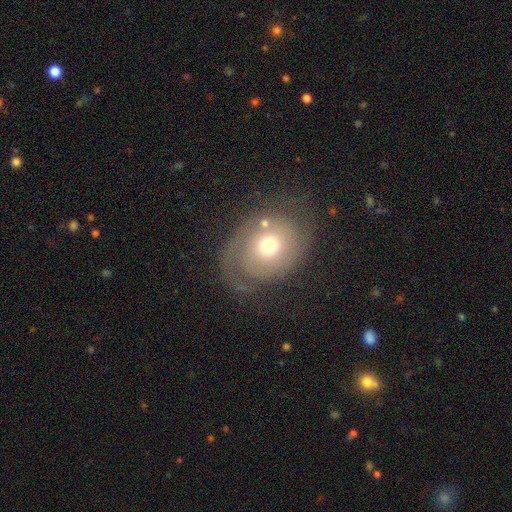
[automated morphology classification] Smooth or featured? Predicted: featured or disk (p=0.70). Edge-on disk? Predicted: no (p=0.96). Bar? Predicted: no (p=0.80). Spiral arms? Predicted: yes (p=0.80). Spiral winding? Predicted: tight (p=0.62). Spiral arm count? Predicted: 2 (p=0.43). Bulge size? Predicted: moderate (p=0.71). Merging? Predicted: none (p=0.67).